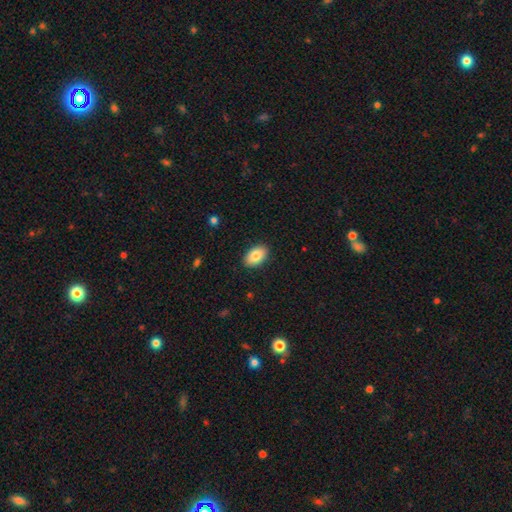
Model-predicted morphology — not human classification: Smooth or featured: smooth — 83% (featured or disk — 10%)
How rounded: in between — 92% (round — 7%)
Merging: none — 89% (minor disturbance — 8%)